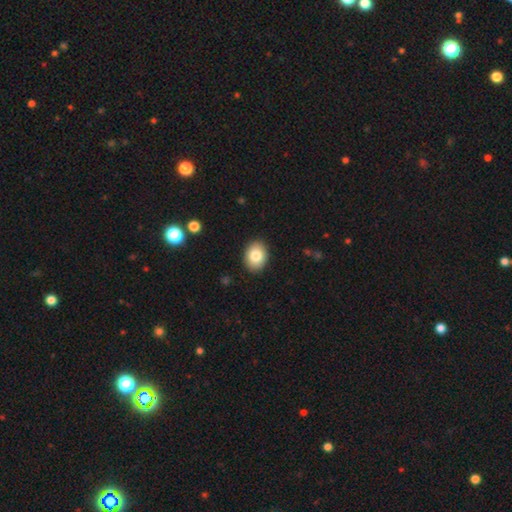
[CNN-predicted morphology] Smooth or featured: smooth — 83% (featured or disk — 9%)
How rounded: in between — 68% (round — 31%)
Merging: none — 90% (minor disturbance — 8%)